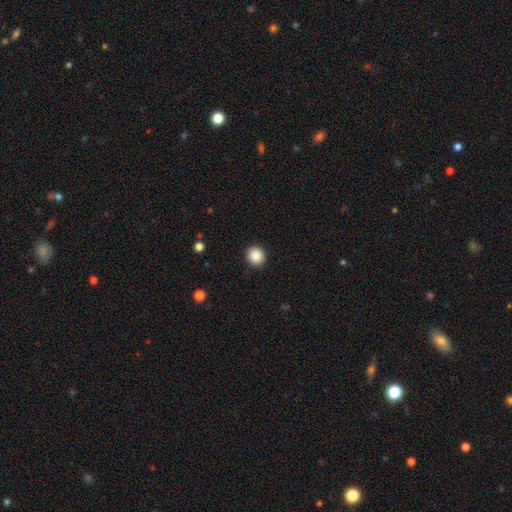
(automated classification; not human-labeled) Q: Smooth or featured?
A: smooth (87%); runner-up: star or artifact (9%)
Q: How rounded?
A: round (88%); runner-up: in between (11%)
Q: Merging?
A: none (92%); runner-up: minor disturbance (5%)